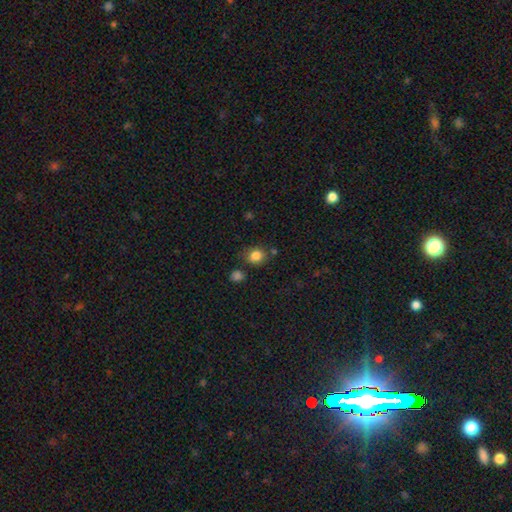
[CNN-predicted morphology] Smooth or featured? Predicted: smooth (p=0.83). How rounded? Predicted: round (p=0.62). Merging? Predicted: none (p=0.73).